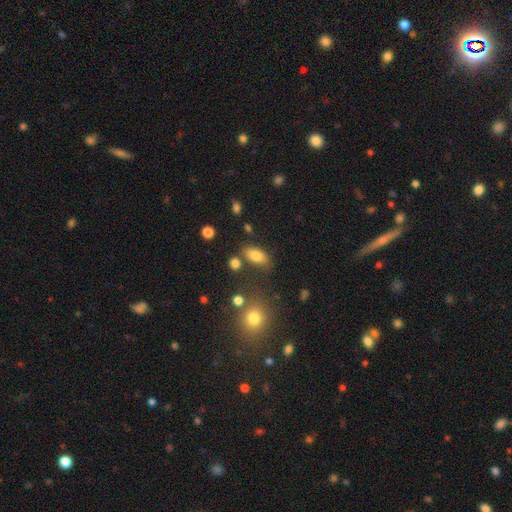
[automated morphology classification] smooth_or_featured: smooth (p=0.80) [alt: star or artifact p=0.10]
how_rounded: in between (p=0.86) [alt: cigar-shaped p=0.07]
merging: none (p=0.73) [alt: minor disturbance p=0.14]